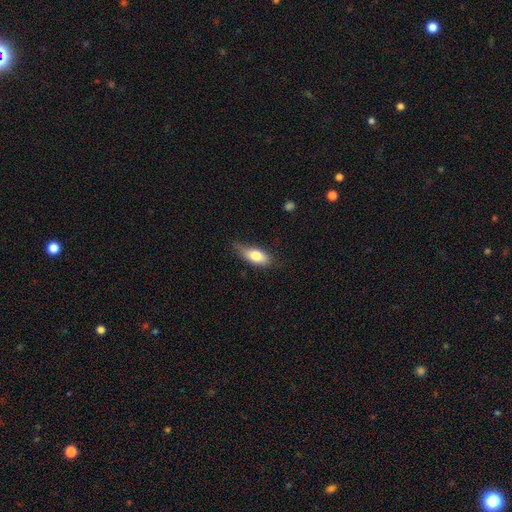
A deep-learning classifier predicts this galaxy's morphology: A smooth galaxy with no disk features (76%) that is in between round and cigar-shaped (81%). Merging: none (52%).